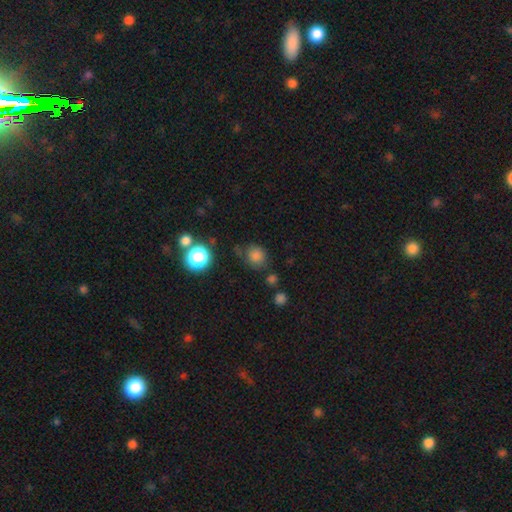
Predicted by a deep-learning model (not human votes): This is likely a smooth galaxy (78%). How rounded: likely round (78%). Merging: likely none (70%).